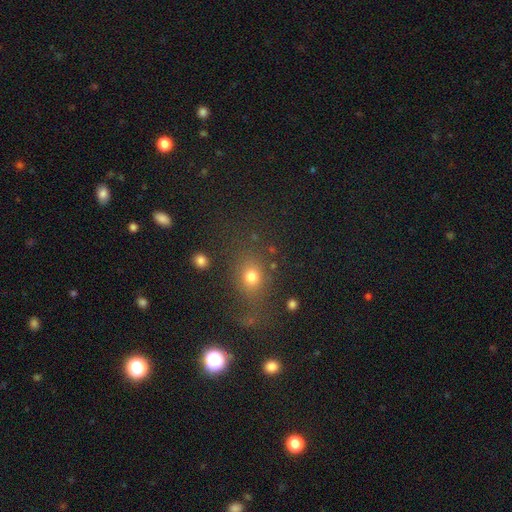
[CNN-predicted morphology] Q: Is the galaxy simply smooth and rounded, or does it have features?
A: smooth — 49%.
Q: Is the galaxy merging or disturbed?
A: none — 74%.